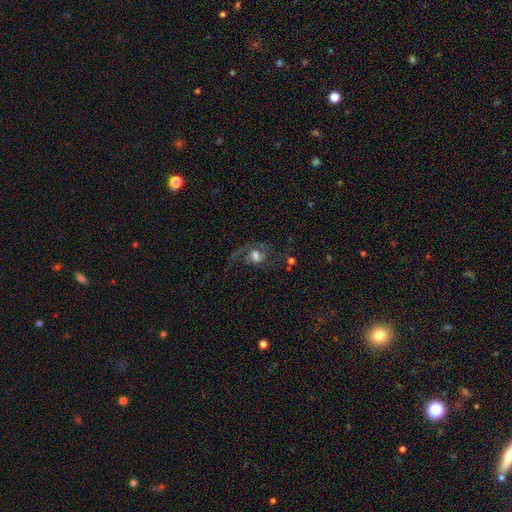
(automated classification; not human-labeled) This appears to be a featured or disk galaxy (56%) with no bar (45%), spiral arms (79%) and a moderate central bulge (48%). Merging: none (41%).